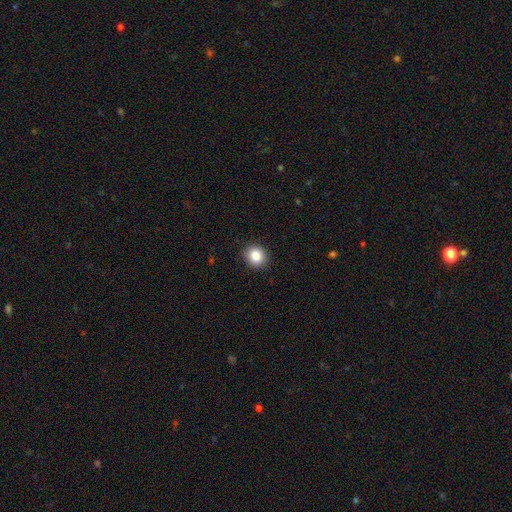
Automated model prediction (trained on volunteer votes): A smooth galaxy with no disk features (86%) that is round (73%).

Vote fractions:
- Smooth or featured? smooth: 86% / star or artifact: 9% / featured or disk: 5%
- How rounded? round: 73% / in between: 26% / cigar-shaped: 1%
- Merging? none: 88% / minor disturbance: 8% / major disturbance: 2% / merger: 1%